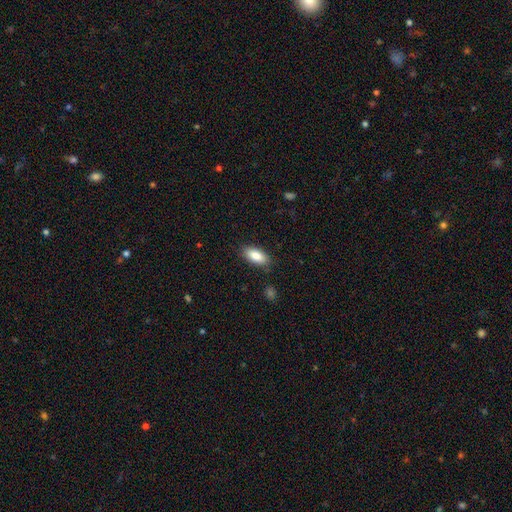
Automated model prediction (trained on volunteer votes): Smooth or featured? smooth (86%)
How rounded? in between (89%)
Merging? none (86%)